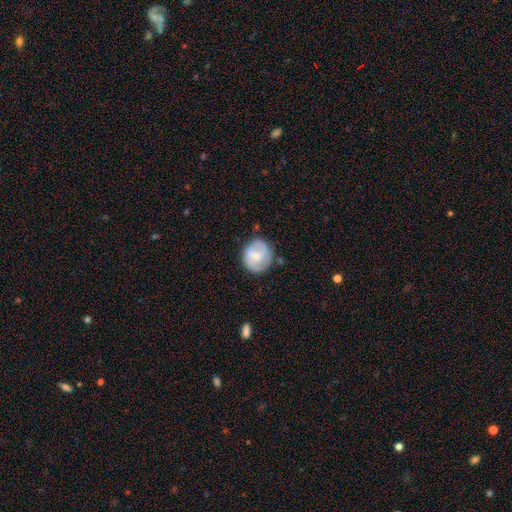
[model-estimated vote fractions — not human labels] Smooth or featured?
  - featured or disk: 48% *
  - smooth: 46%
  - star or artifact: 6%
Merging?
  - none: 71% *
  - minor disturbance: 20%
  - major disturbance: 6%
  - merger: 3%